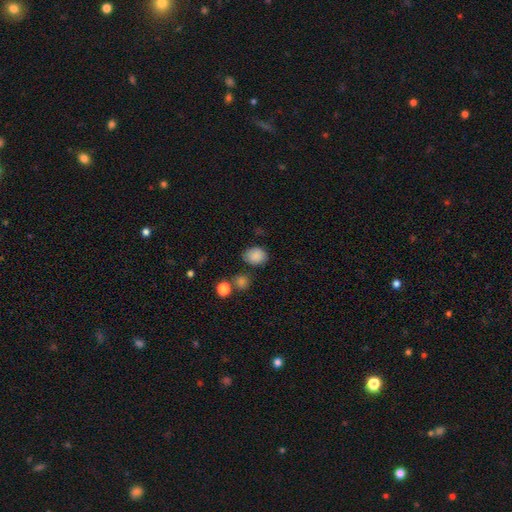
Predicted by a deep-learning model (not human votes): smooth-or-featured: smooth: 85% | star or artifact: 10% | featured or disk: 5%
  how-rounded: round: 54% | in between: 46% | cigar-shaped: 1%
  merging: none: 74% | minor disturbance: 16% | merger: 5% | major disturbance: 4%